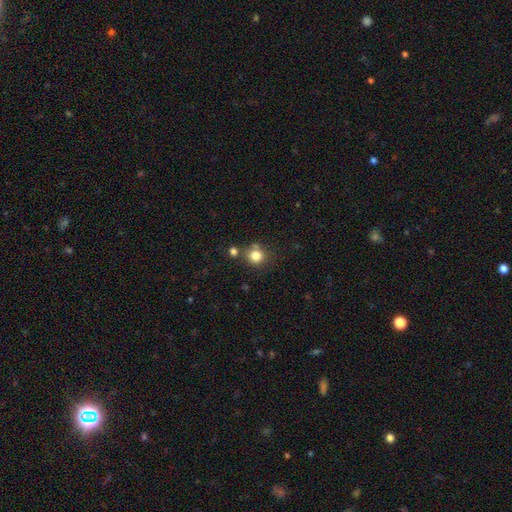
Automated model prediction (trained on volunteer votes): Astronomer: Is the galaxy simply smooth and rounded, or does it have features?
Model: smooth — 81%.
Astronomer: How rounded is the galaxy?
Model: round — 88%.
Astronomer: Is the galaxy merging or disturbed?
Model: none — 71%.